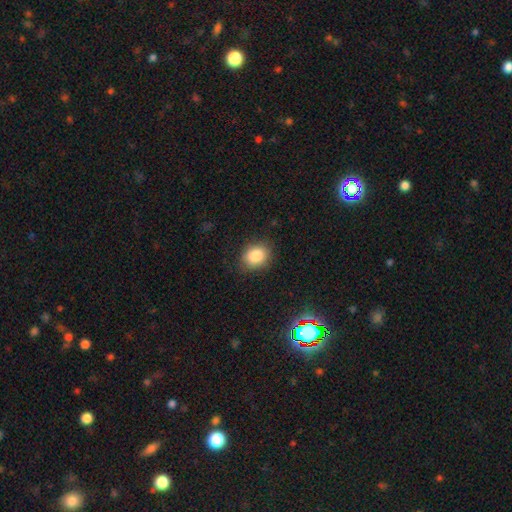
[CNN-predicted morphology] This is clearly a smooth galaxy (85%). How rounded: possibly in between (50%). Merging: clearly none (83%).